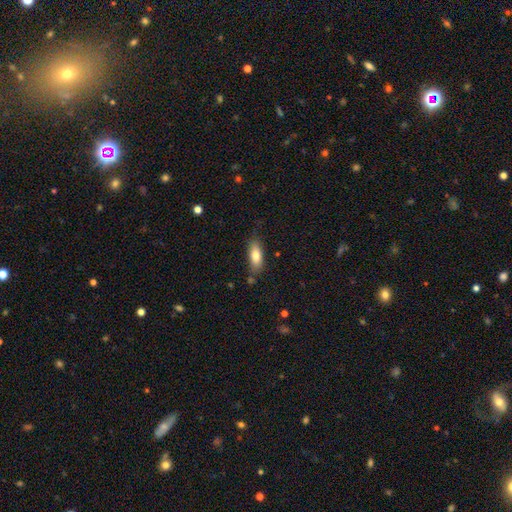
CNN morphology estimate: A smooth galaxy with no disk features (78%) that is in between round and cigar-shaped (76%). Merging: none (75%).